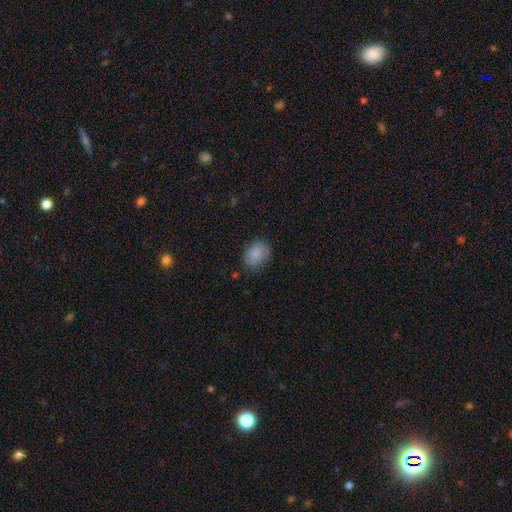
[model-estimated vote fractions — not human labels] Morphology: type=smooth (85%); roundness=in between (66%); merging=none (75%).